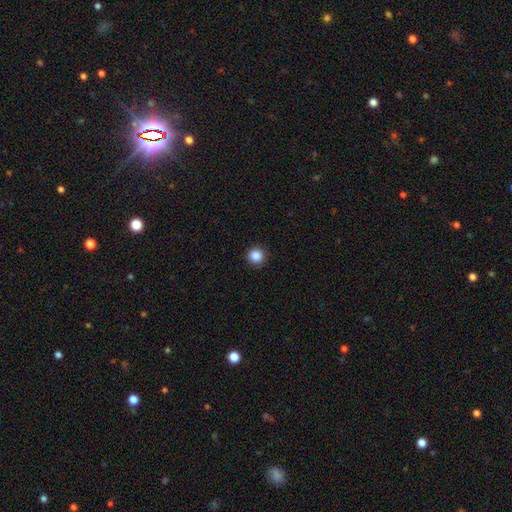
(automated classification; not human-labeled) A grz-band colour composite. It shows a smooth galaxy with no disk features (87%) that is round (96%). Merging: none (93%).